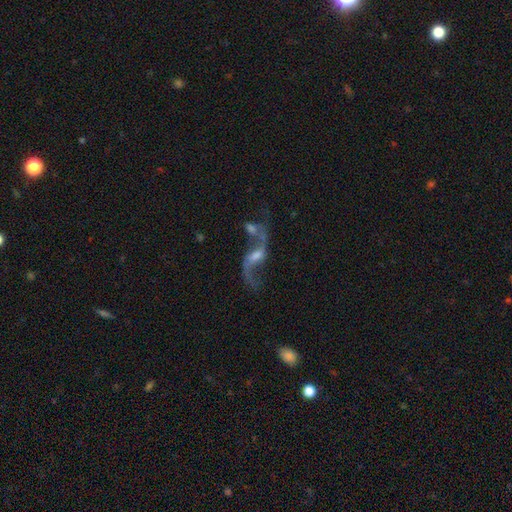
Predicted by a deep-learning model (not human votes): Smooth or featured? Predicted: featured or disk (p=0.83). Edge-on disk? Predicted: no (p=0.93). Bar? Predicted: weak (p=0.46). Spiral arms? Predicted: yes (p=0.90). Spiral winding? Predicted: loose (p=0.90). Spiral arm count? Predicted: 2 (p=0.88). Bulge size? Predicted: moderate (p=0.41). Merging? Predicted: none (p=0.39).